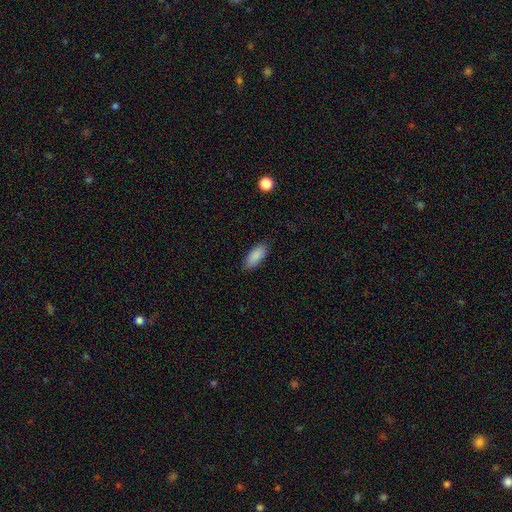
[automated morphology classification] This appears to be a smooth galaxy with no disk features (89%) that is in between round and cigar-shaped (83%). Merging: none (86%).